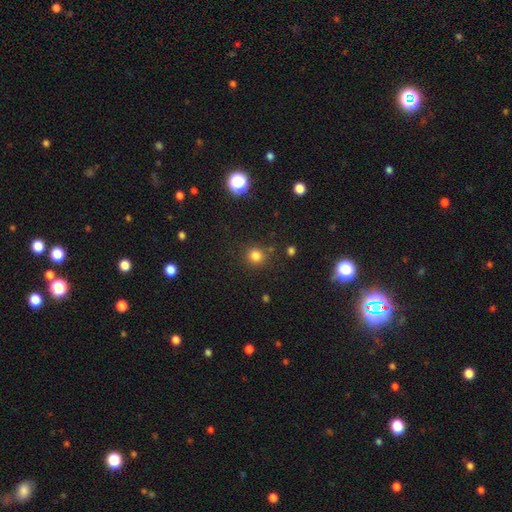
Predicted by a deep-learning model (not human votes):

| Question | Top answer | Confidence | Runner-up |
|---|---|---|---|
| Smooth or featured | smooth | 80% | star or artifact (15%) |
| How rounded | round | 91% | in between (8%) |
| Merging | none | 84% | minor disturbance (9%) |